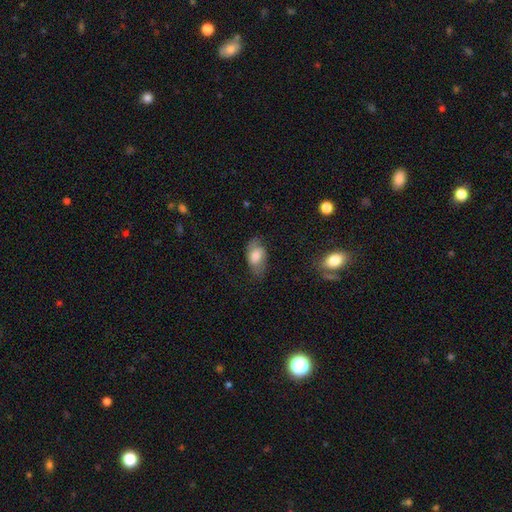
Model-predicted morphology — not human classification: Smooth or featured?
  - smooth: 66% *
  - featured or disk: 26%
  - star or artifact: 8%
How rounded?
  - in between: 88% *
  - round: 10%
  - cigar-shaped: 2%
Merging?
  - none: 61% *
  - minor disturbance: 25%
  - major disturbance: 12%
  - merger: 2%